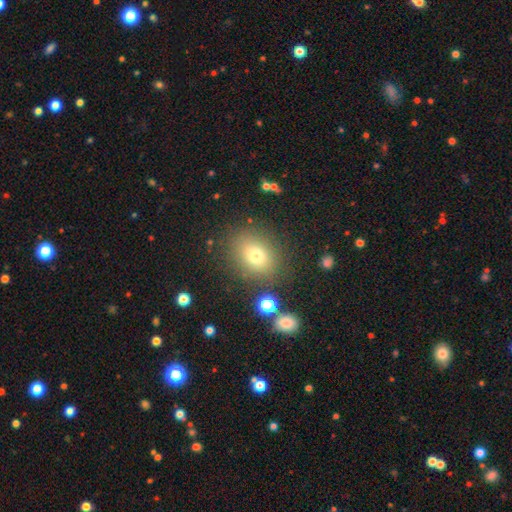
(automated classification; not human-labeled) Smooth or featured: smooth — 73% (star or artifact — 15%)
How rounded: round — 55% (in between — 44%)
Merging: none — 82% (minor disturbance — 10%)